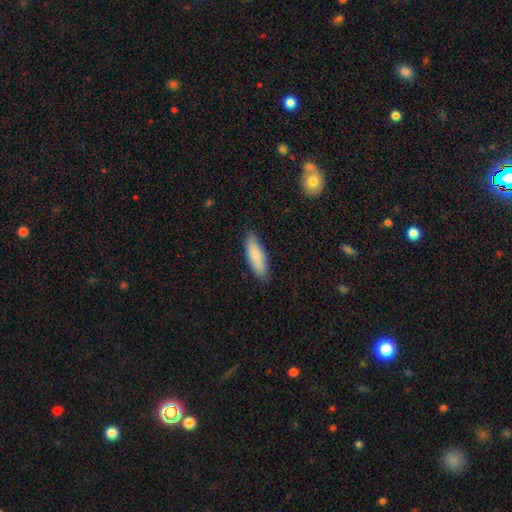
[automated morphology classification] Smooth or featured? smooth (86%)
How rounded? in between (54%)
Merging? none (85%)